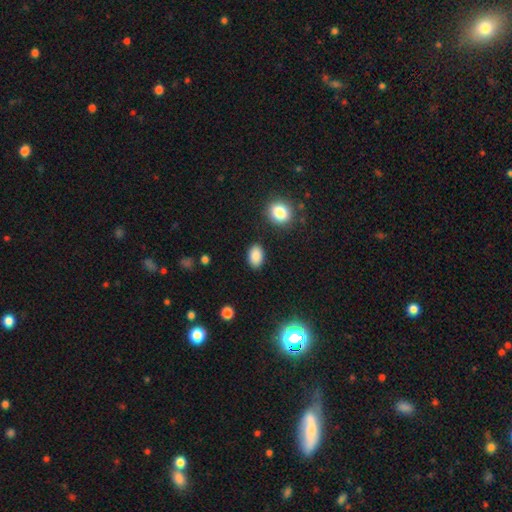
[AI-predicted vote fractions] Smooth or featured?
  - smooth: 87% *
  - star or artifact: 9%
  - featured or disk: 4%
How rounded?
  - in between: 88% *
  - round: 11%
  - cigar-shaped: 1%
Merging?
  - none: 87% *
  - minor disturbance: 9%
  - major disturbance: 2%
  - merger: 2%